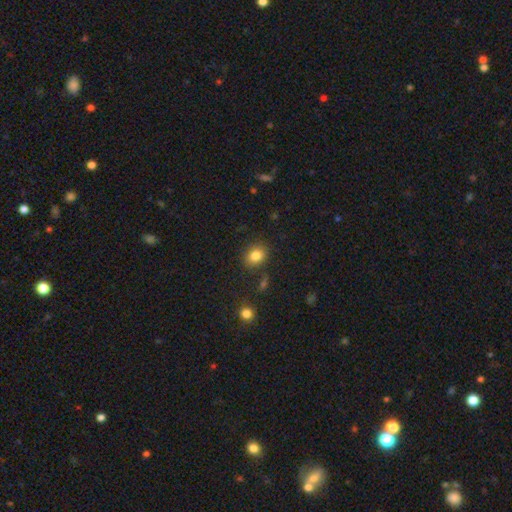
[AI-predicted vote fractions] Q: Smooth or featured?
A: smooth (83%); runner-up: star or artifact (10%)
Q: How rounded?
A: round (53%); runner-up: in between (46%)
Q: Merging?
A: none (84%); runner-up: minor disturbance (10%)